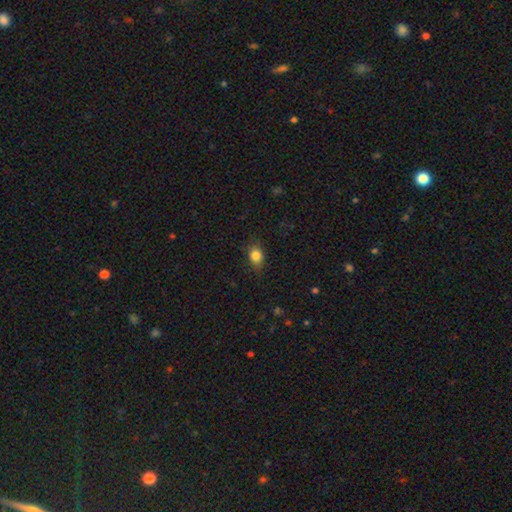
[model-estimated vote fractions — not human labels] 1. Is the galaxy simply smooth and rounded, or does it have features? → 83% smooth, 10% star or artifact, 7% featured or disk.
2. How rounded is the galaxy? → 66% in between, 32% round, 2% cigar-shaped.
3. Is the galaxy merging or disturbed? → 79% none, 17% minor disturbance, 4% major disturbance, 1% merger.